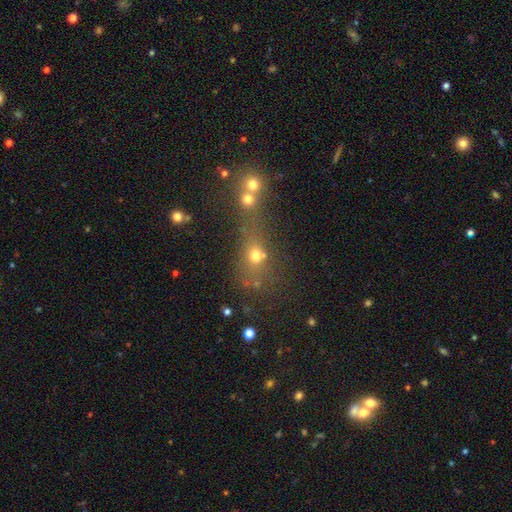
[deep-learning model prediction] smooth 61%, star or artifact 23%, featured or disk 15%. Down the decision tree: how rounded — round (58%); merging — merger (45%).